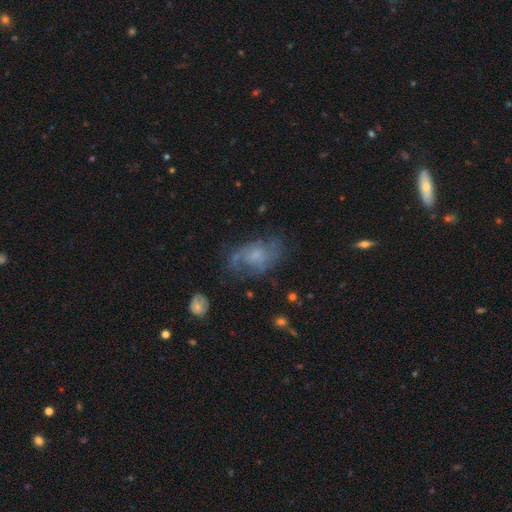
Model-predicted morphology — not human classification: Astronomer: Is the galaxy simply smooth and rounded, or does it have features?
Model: featured or disk — 58%.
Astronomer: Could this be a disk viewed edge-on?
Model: no — 96%.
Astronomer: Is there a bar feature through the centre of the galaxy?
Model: no — 73%.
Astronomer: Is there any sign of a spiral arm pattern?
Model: yes — 74%.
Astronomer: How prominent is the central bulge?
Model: small — 45% (runner-up: moderate, 31%).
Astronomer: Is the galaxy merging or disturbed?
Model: none — 56%.